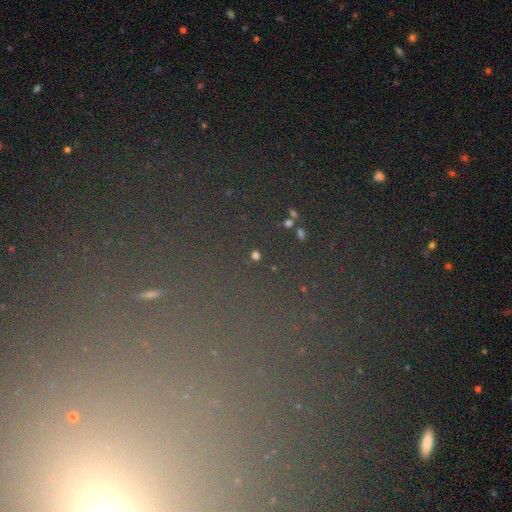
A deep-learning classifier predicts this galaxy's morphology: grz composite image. It shows a smooth galaxy with no disk features (55%) that is round (80%). Merging: none (80%).